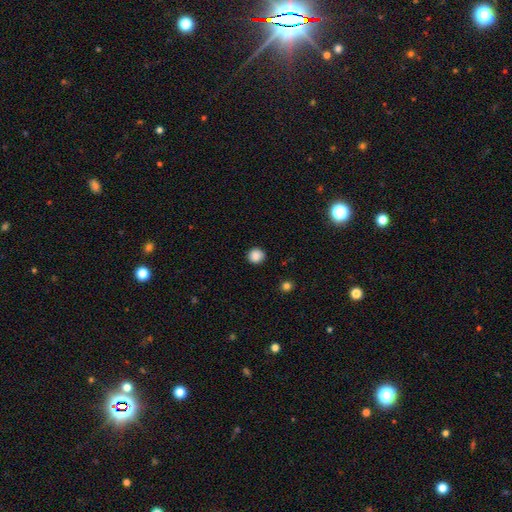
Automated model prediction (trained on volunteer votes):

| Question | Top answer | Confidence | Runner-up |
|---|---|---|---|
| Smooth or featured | smooth | 87% | star or artifact (10%) |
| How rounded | round | 91% | in between (8%) |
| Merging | none | 91% | minor disturbance (6%) |